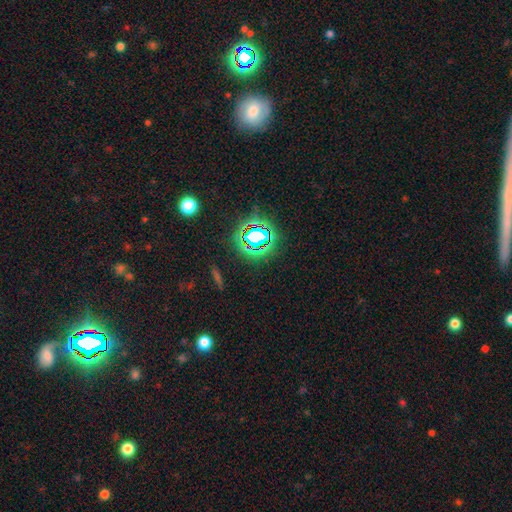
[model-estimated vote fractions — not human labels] Smooth or featured? star or artifact (72%)